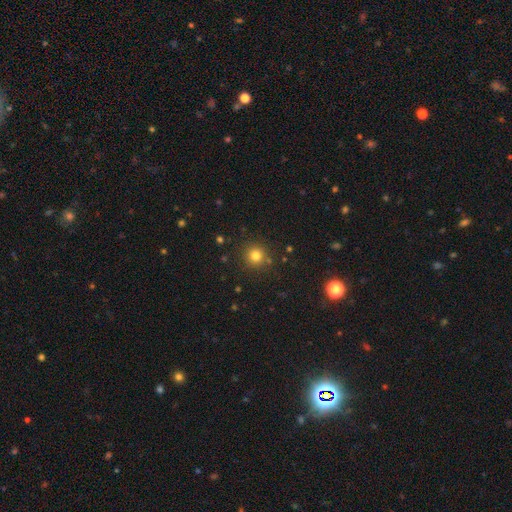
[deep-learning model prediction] smooth_or_featured: smooth (p=0.79) [alt: star or artifact p=0.15]
how_rounded: round (p=0.94) [alt: in between p=0.05]
merging: none (p=0.87) [alt: minor disturbance p=0.08]